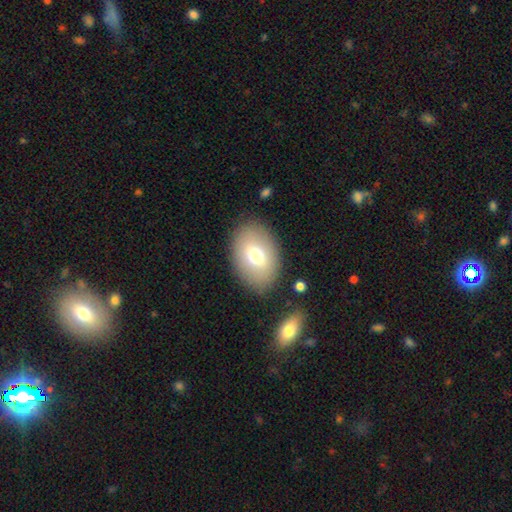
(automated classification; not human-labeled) smooth 70%, featured or disk 21%, star or artifact 9%. Down the decision tree: how rounded — in between (83%); merging — none (84%).